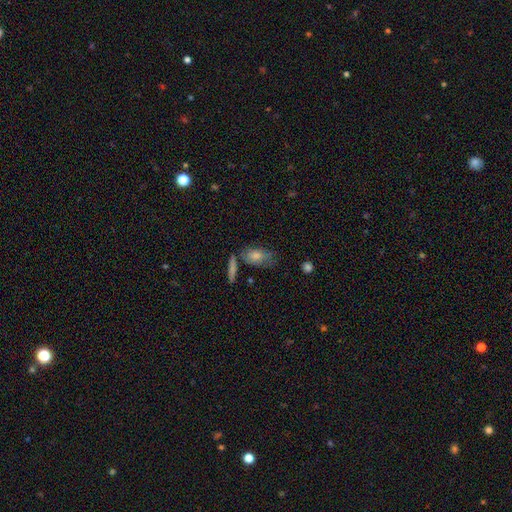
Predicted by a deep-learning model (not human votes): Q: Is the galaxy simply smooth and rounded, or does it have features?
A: smooth — 64%.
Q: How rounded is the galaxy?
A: in between — 80%.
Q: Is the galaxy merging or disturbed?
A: none — 57%.